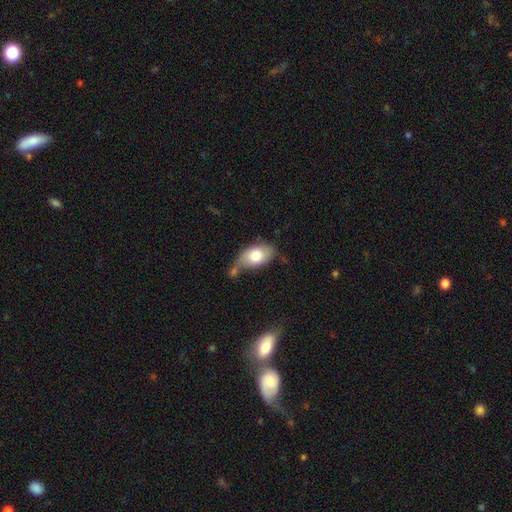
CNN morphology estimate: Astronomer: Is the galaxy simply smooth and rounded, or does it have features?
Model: smooth — 75%.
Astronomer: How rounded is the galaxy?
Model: in between — 90%.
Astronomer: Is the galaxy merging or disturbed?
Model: none — 43% (runner-up: minor disturbance, 25%).